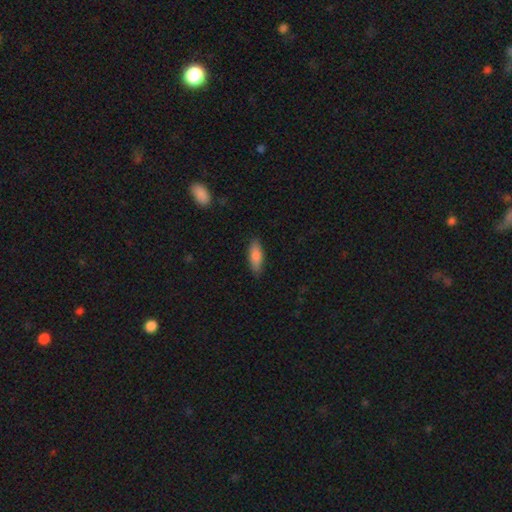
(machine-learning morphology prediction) Smooth or featured? smooth (82%)
How rounded? in between (64%)
Merging? none (84%)